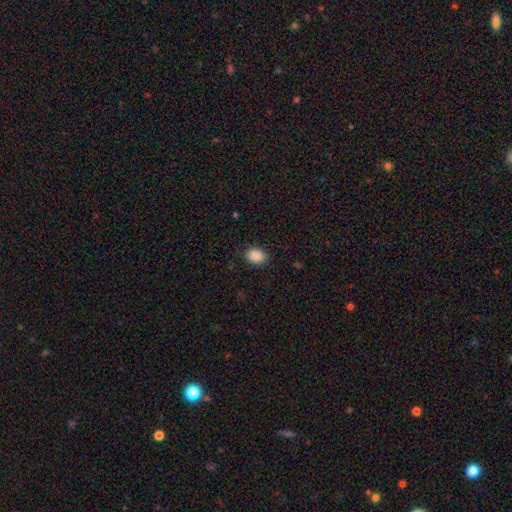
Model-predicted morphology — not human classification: Smooth or featured: smooth — 89% (star or artifact — 8%)
How rounded: in between — 69% (round — 30%)
Merging: none — 89% (minor disturbance — 8%)